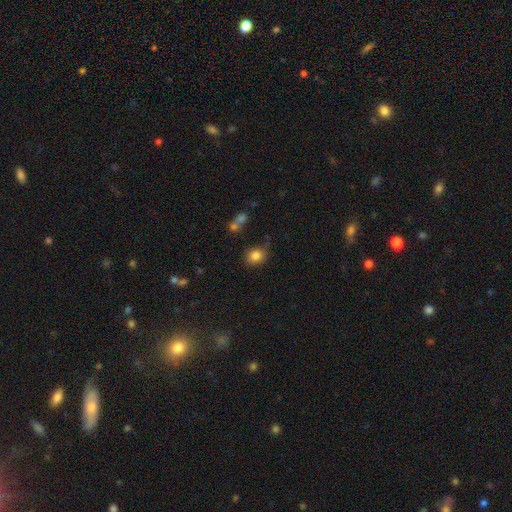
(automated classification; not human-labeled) smooth_or_featured: smooth (p=0.83) [alt: star or artifact p=0.10]
how_rounded: round (p=0.70) [alt: in between p=0.28]
merging: none (p=0.65) [alt: minor disturbance p=0.22]